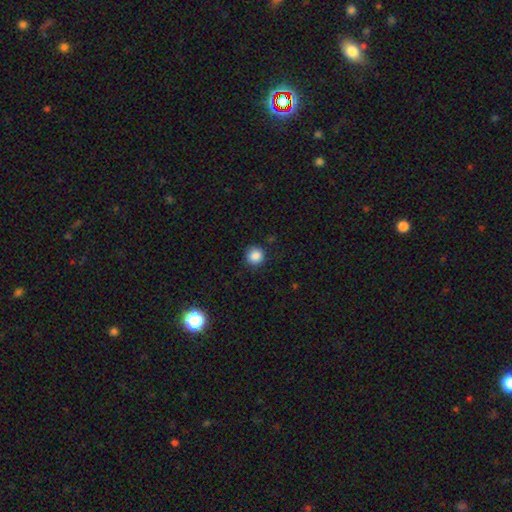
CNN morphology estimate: This is clearly a smooth galaxy (86%). How rounded: clearly round (93%). Merging: clearly none (88%).